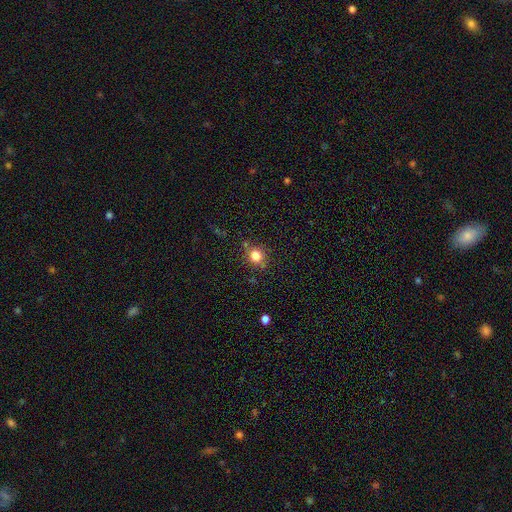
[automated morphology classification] The model was most divided on "merging": none: 74%, minor disturbance: 14%, merger: 7%, major disturbance: 4%. More confident: how rounded — round (84%); smooth or featured — smooth (79%).